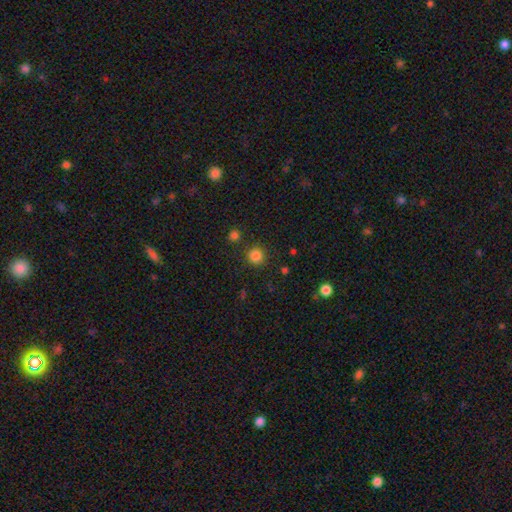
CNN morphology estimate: smooth_or_featured: smooth (p=0.83) [alt: star or artifact p=0.13]
how_rounded: round (p=0.93) [alt: in between p=0.06]
merging: none (p=0.88) [alt: minor disturbance p=0.06]